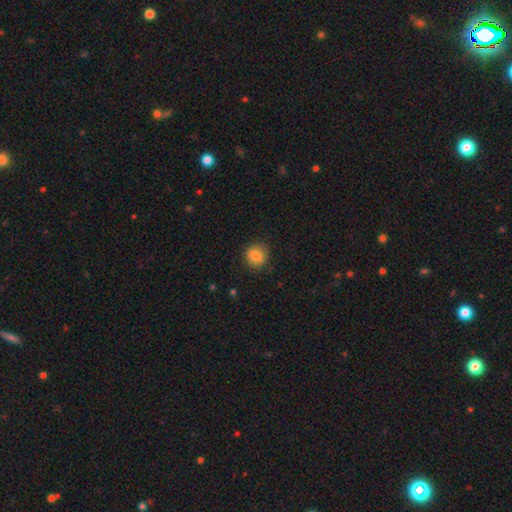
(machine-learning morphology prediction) Q: Smooth or featured?
A: smooth (83%); runner-up: star or artifact (9%)
Q: How rounded?
A: round (87%); runner-up: in between (12%)
Q: Merging?
A: none (86%); runner-up: minor disturbance (10%)